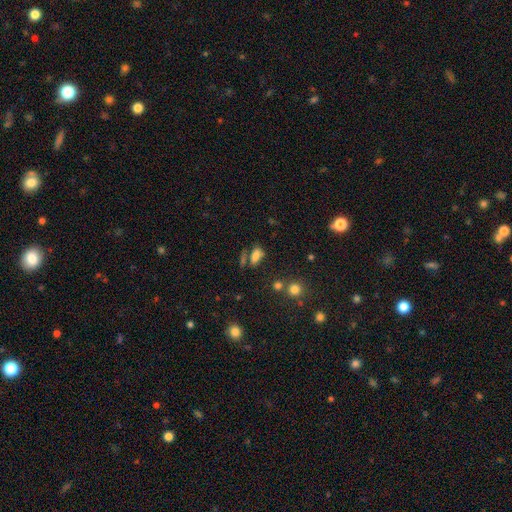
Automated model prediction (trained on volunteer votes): smooth 71%, star or artifact 15%, featured or disk 13%. Down the decision tree: how rounded — in between (78%); merging — none (53%).